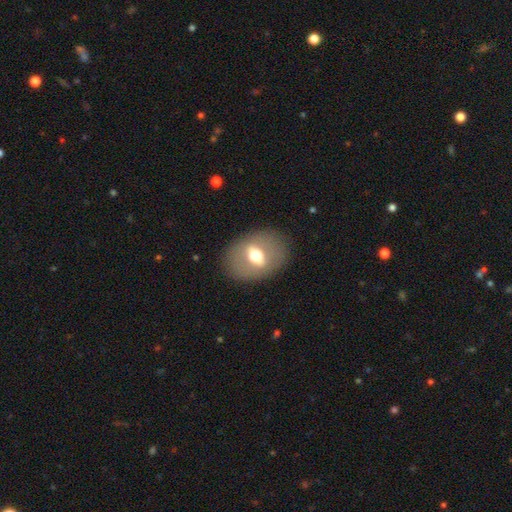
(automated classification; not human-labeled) Morphology: type=smooth (48%); merging=none (84%).